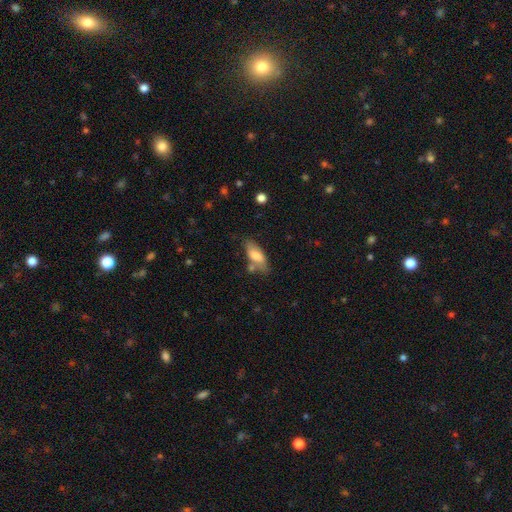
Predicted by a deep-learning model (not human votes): A smooth galaxy with no disk features (74%) that is in between round and cigar-shaped (80%). Merging: none (59%).